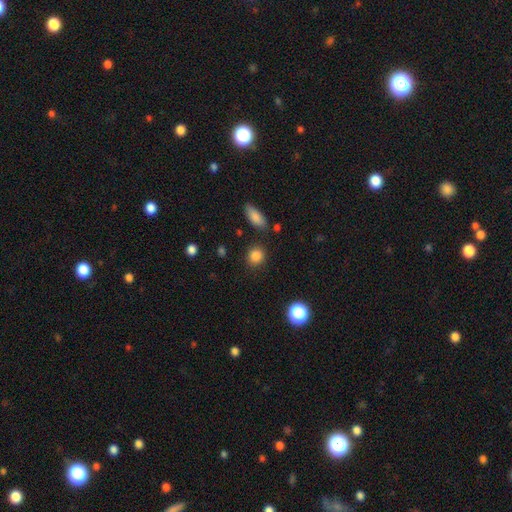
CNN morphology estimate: Smooth or featured: smooth — 86% (star or artifact — 10%)
How rounded: round — 80% (in between — 18%)
Merging: none — 86% (minor disturbance — 8%)